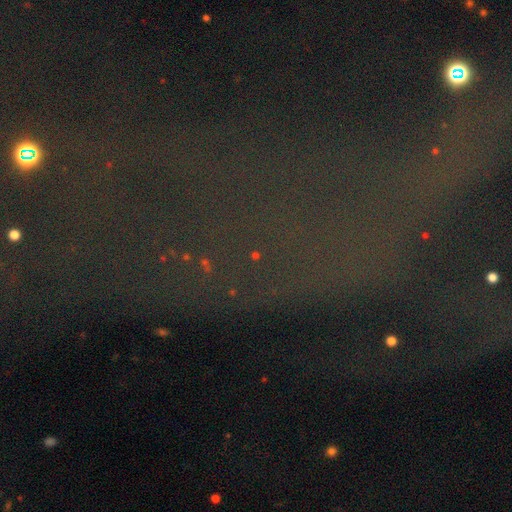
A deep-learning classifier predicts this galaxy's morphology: This appears to be a star or artifact, not a galaxy (75%).